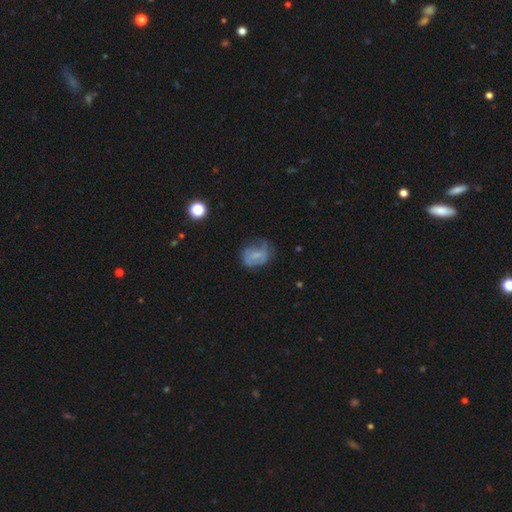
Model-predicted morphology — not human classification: smooth_or_featured: smooth (p=0.46) [alt: featured or disk p=0.42]
merging: none (p=0.41) [alt: minor disturbance p=0.30]